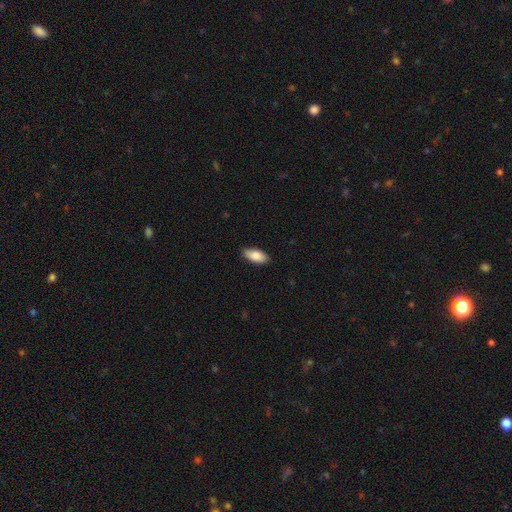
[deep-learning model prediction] Smooth or featured? smooth (85%)
How rounded? in between (90%)
Merging? none (86%)